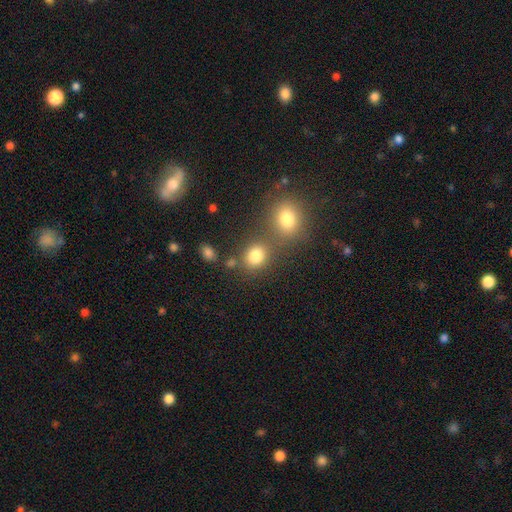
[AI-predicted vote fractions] This is clearly a smooth galaxy (81%). How rounded: likely round (65%). Merging: possibly none (59%).